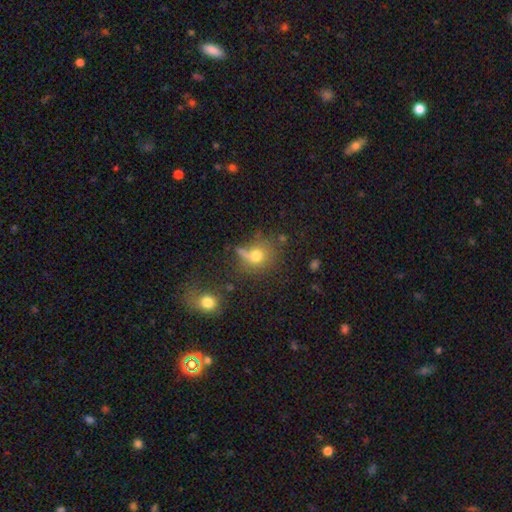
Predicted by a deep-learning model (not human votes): Smooth or featured? Predicted: smooth (p=0.70). How rounded? Predicted: round (p=0.74). Merging? Predicted: none (p=0.49).